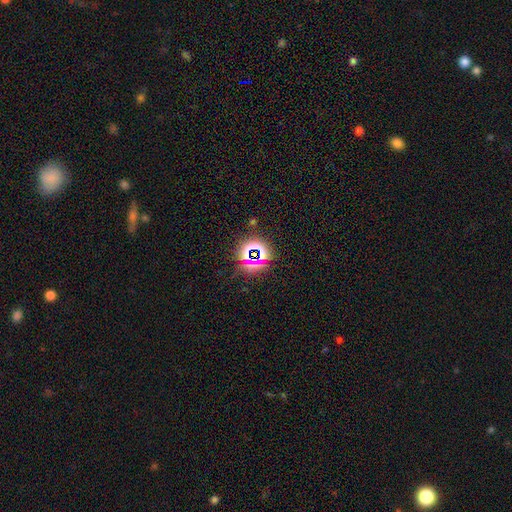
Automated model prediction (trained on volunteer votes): smooth-or-featured: star or artifact: 73% | smooth: 18% | featured or disk: 9%